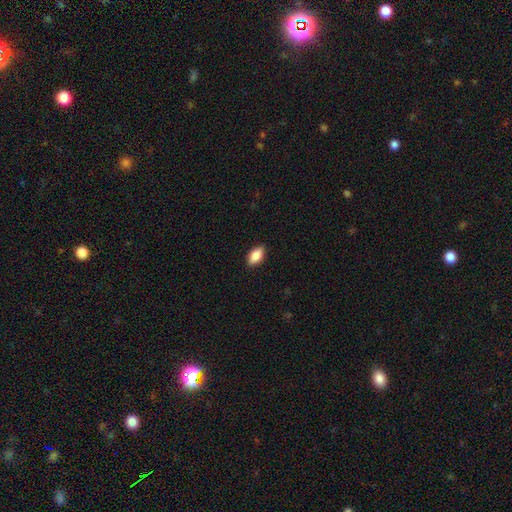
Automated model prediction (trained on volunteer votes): smooth 84%, featured or disk 9%, star or artifact 7%. Down the decision tree: how rounded — in between (90%); merging — none (88%).